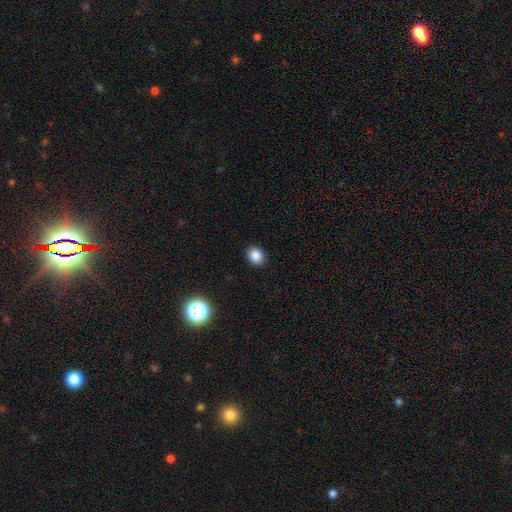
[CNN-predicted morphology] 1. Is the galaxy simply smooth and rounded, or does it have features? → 85% smooth, 11% star or artifact, 4% featured or disk.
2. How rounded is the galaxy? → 67% round, 32% in between, 1% cigar-shaped.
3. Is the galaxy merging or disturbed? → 91% none, 6% minor disturbance, 2% major disturbance, 1% merger.